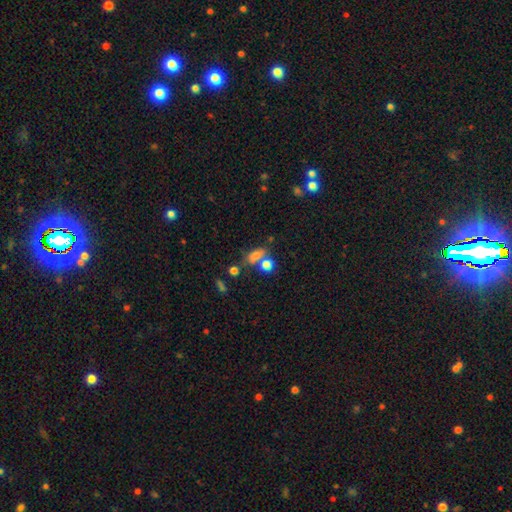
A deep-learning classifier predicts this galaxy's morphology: A smooth galaxy with no disk features (71%) that is in between round and cigar-shaped (67%). Merging: none (47%).